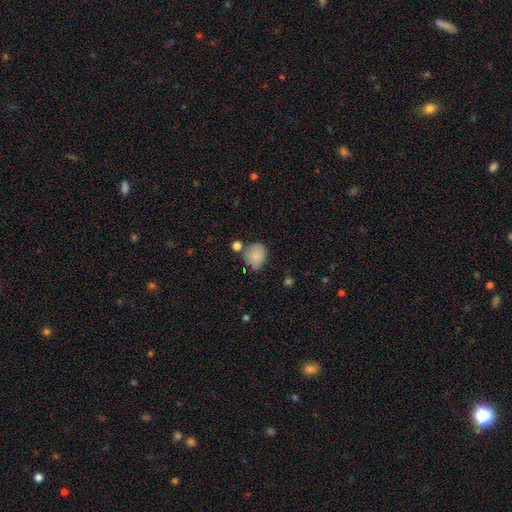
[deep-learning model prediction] Smooth or featured: smooth — 85% (star or artifact — 8%)
How rounded: round — 54% (in between — 45%)
Merging: none — 63% (minor disturbance — 19%)